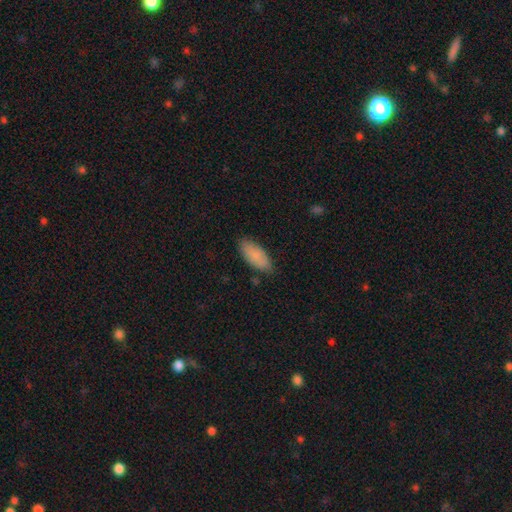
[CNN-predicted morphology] type=smooth (84%); roundness=in between (87%); merging=none (81%).